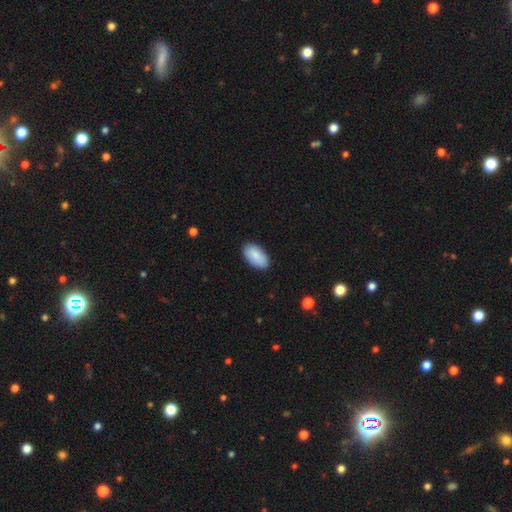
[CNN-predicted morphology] Q: Smooth or featured?
A: smooth (87%); runner-up: featured or disk (7%)
Q: How rounded?
A: in between (95%); runner-up: round (3%)
Q: Merging?
A: none (87%); runner-up: minor disturbance (10%)